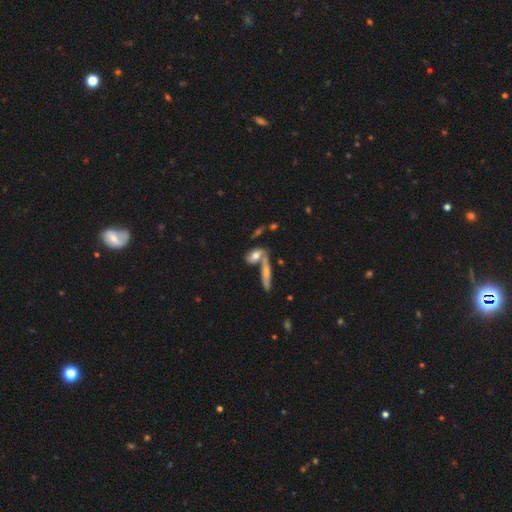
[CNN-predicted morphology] Q: Smooth or featured?
A: smooth (55%); runner-up: featured or disk (36%)
Q: How rounded?
A: in between (65%); runner-up: cigar-shaped (27%)
Q: Merging?
A: none (46%); runner-up: merger (37%)